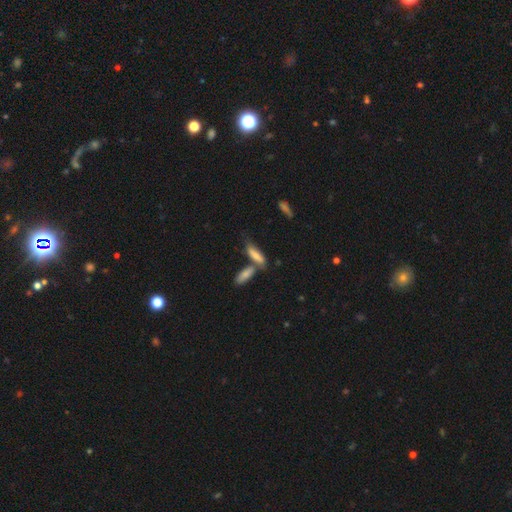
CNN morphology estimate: A smooth galaxy with no disk features (75%) that is cigar-shaped (50%). Merging: none (41%).